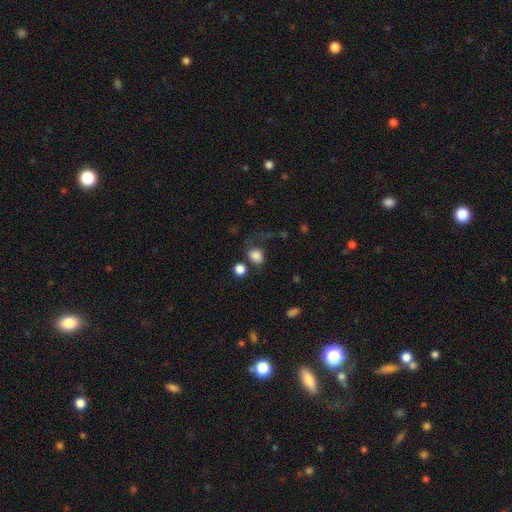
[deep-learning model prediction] smooth 82%, star or artifact 11%, featured or disk 7%. Down the decision tree: how rounded — round (60%); merging — none (52%).